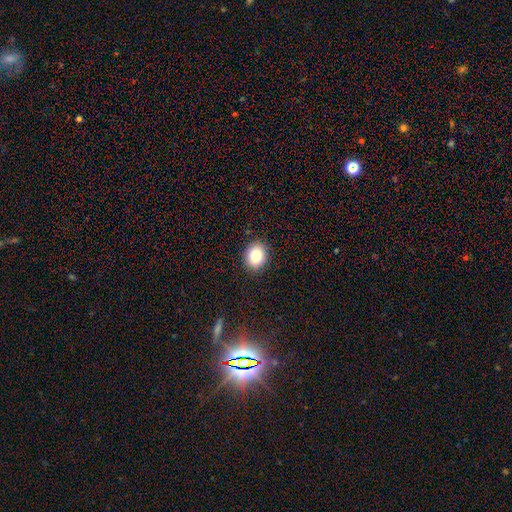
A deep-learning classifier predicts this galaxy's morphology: smooth 84%, star or artifact 9%, featured or disk 7%. Down the decision tree: how rounded — round (58%); merging — none (89%).